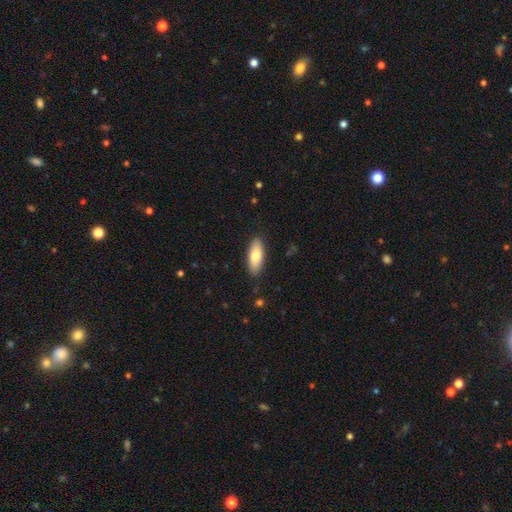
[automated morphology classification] This is likely a smooth galaxy (77%). How rounded: likely in between (77%). Merging: clearly none (87%).